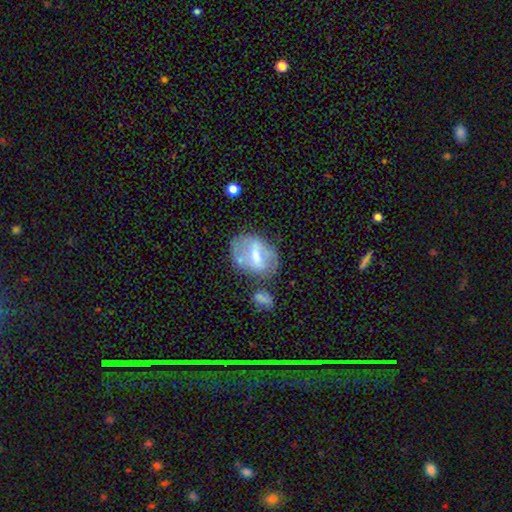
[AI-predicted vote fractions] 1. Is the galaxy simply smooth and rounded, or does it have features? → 59% featured or disk, 34% smooth, 8% star or artifact.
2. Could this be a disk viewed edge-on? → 95% no, 5% yes.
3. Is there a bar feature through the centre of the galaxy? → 43% weak, 40% strong, 17% no.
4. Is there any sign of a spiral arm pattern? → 57% no, 43% yes.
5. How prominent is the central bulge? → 45% moderate, 38% small, 11% none, 5% large, 1% dominant.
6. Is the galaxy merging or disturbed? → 50% none, 22% minor disturbance, 16% merger, 12% major disturbance.